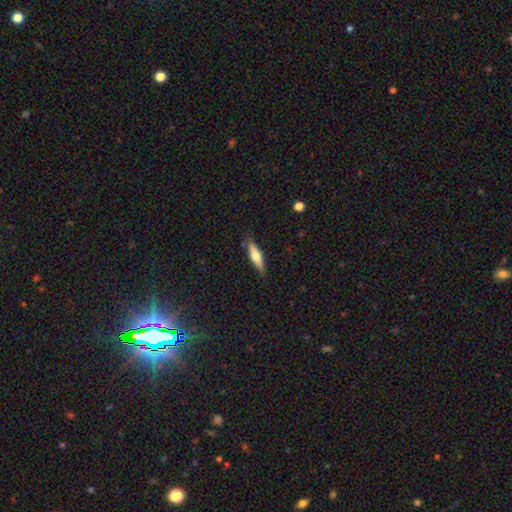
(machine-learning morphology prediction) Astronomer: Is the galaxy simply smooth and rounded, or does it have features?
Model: smooth — 55% (runner-up: featured or disk, 39%).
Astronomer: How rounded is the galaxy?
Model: cigar-shaped — 63%.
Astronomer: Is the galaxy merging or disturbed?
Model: none — 84%.